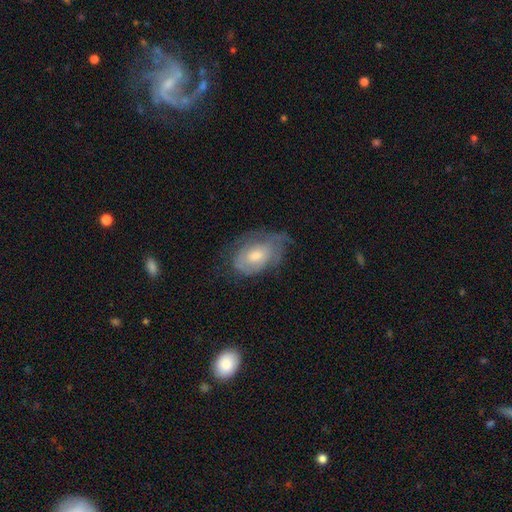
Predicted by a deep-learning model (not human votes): Smooth or featured?
  - featured or disk: 52% *
  - smooth: 40%
  - star or artifact: 8%
Edge-on disk?
  - no: 94% *
  - yes: 6%
Merging?
  - none: 48% *
  - minor disturbance: 32%
  - major disturbance: 18%
  - merger: 2%